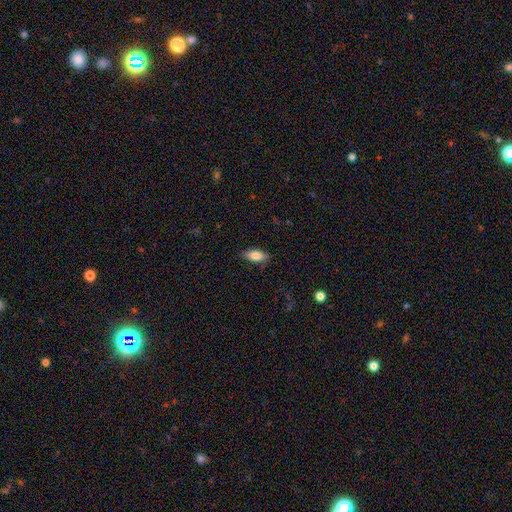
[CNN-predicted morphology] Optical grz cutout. It shows a smooth galaxy with no disk features (79%) that is in between round and cigar-shaped (82%). Merging: none (82%).